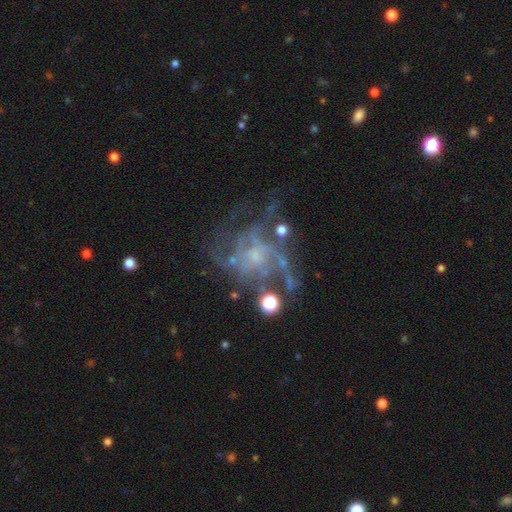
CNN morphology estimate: smooth-or-featured: featured or disk: 81% | star or artifact: 11% | smooth: 8%
  disk-edge-on: no: 98% | yes: 2%
    bar: no: 69% | weak: 26% | strong: 5%
    has-spiral-arms: yes: 88% | no: 12%
      spiral-winding: medium: 46% | tight: 28% | loose: 26%
      spiral-arm-count: can't tell: 31% | 3: 22% | 4: 17% | 2: 14% | more than 4: 8% | 1: 7%
    bulge-size: small: 50% | none: 28% | moderate: 19% | large: 2% | dominant: 1%
  merging: none: 49% | major disturbance: 28% | minor disturbance: 18% | merger: 6%